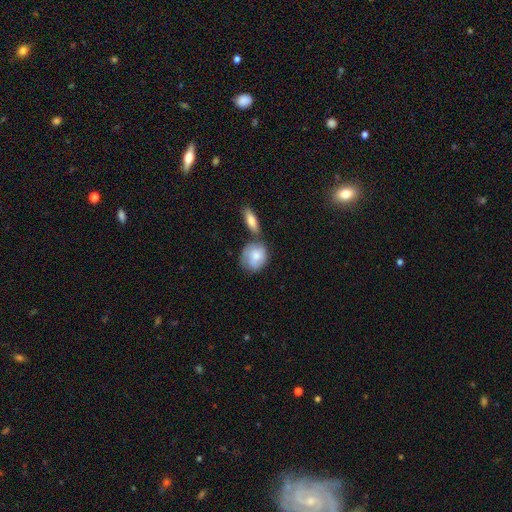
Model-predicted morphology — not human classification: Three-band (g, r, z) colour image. It shows a smooth galaxy with no disk features (68%) that is round (62%). Merging: none (46%).